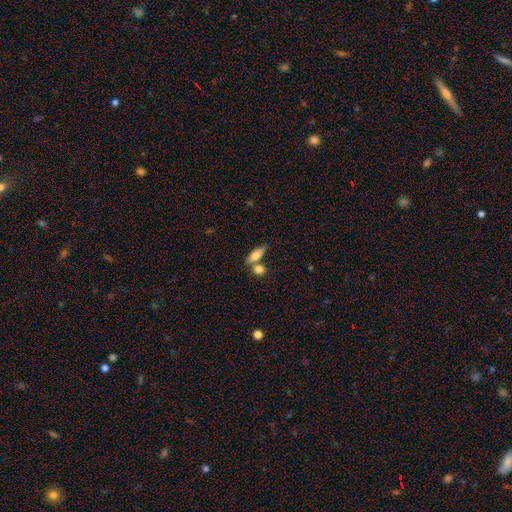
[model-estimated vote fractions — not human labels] smooth-or-featured: smooth: 78% | featured or disk: 15% | star or artifact: 7%
  how-rounded: in between: 68% | cigar-shaped: 26% | round: 6%
  merging: none: 55% | merger: 28% | minor disturbance: 13% | major disturbance: 4%